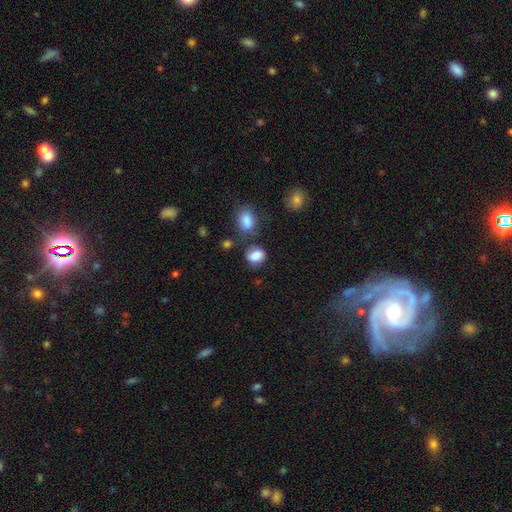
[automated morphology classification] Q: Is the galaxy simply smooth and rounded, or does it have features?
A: smooth — 82%.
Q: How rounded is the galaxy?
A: in between — 58%.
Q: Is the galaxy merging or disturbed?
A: none — 61%.